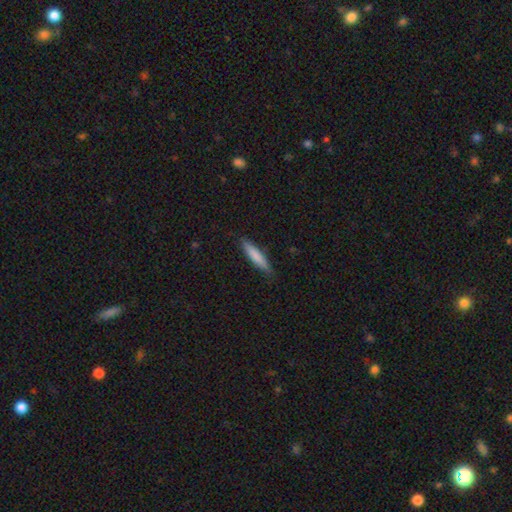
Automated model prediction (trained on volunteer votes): This is likely a smooth galaxy (78%). How rounded: clearly cigar-shaped (84%). Merging: clearly none (84%).